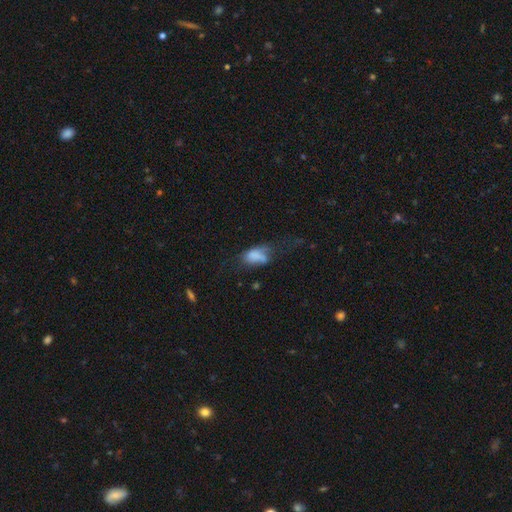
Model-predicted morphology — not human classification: Q: Smooth or featured?
A: smooth (67%); runner-up: featured or disk (22%)
Q: How rounded?
A: in between (89%); runner-up: round (7%)
Q: Merging?
A: major disturbance (43%); runner-up: minor disturbance (25%)